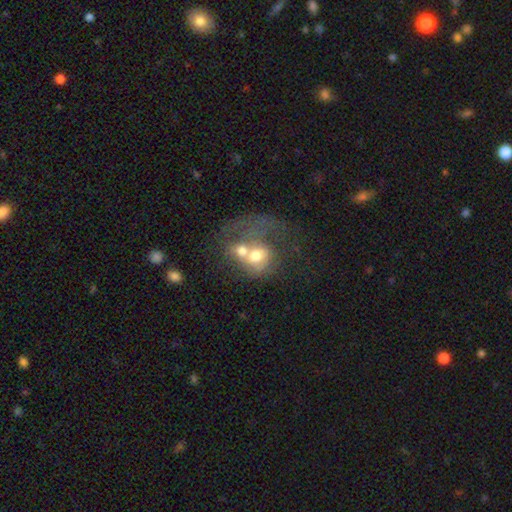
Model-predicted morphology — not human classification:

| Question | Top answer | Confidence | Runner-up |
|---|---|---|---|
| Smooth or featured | smooth | 47% | featured or disk (42%) |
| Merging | merger | 70% | major disturbance (14%) |